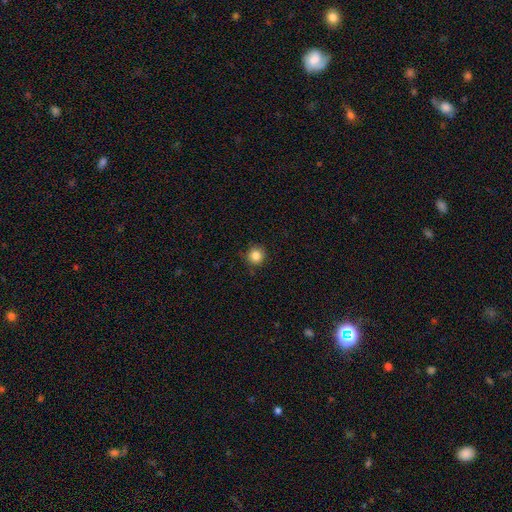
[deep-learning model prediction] A smooth galaxy with no disk features (84%) that is round (94%).

Vote fractions:
- Smooth or featured? smooth: 84% / star or artifact: 11% / featured or disk: 5%
- How rounded? round: 94% / in between: 5% / cigar-shaped: 1%
- Merging? none: 88% / minor disturbance: 8% / major disturbance: 2% / merger: 1%